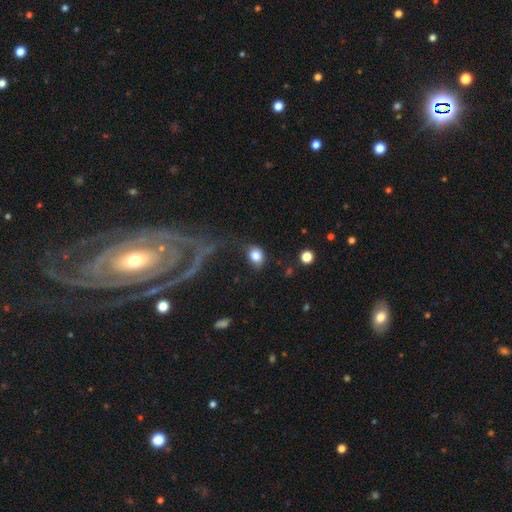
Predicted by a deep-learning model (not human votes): Smooth or featured? smooth (83%)
How rounded? in between (51%)
Merging? none (61%)